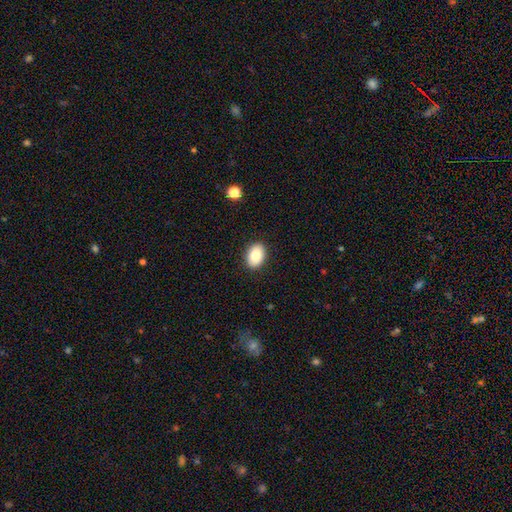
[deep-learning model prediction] Smooth or featured? smooth (85%)
How rounded? in between (83%)
Merging? none (90%)